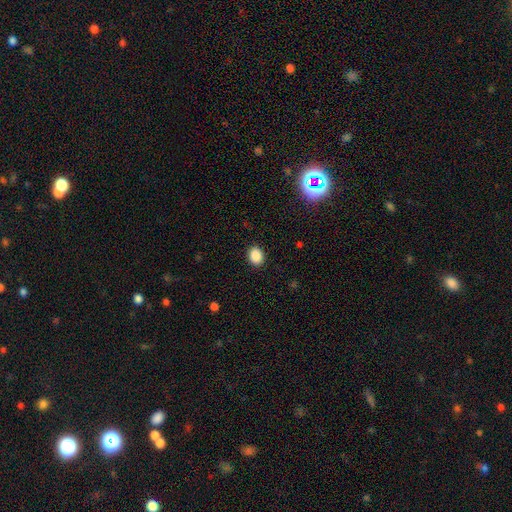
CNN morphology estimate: smooth_or_featured: smooth (p=0.88) [alt: star or artifact p=0.09]
how_rounded: in between (p=0.57) [alt: round p=0.42]
merging: none (p=0.90) [alt: minor disturbance p=0.07]